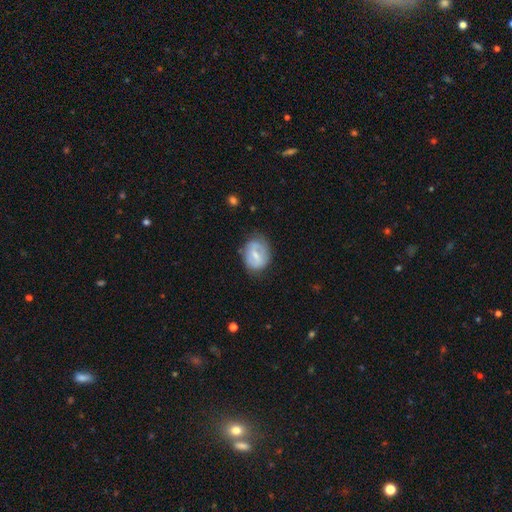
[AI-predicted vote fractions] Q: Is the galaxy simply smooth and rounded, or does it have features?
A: featured or disk — 50%.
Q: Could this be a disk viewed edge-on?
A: no — 96%.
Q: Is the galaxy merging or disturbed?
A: none — 68%.